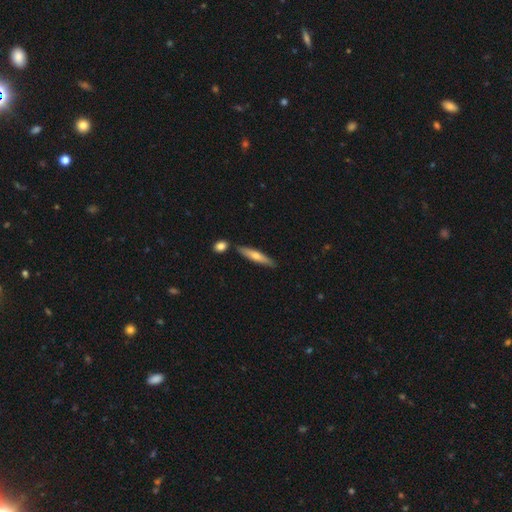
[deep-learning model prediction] smooth-or-featured: smooth: 56% | featured or disk: 39% | star or artifact: 5%
  how-rounded: cigar-shaped: 85% | in between: 13% | round: 2%
  merging: none: 81% | minor disturbance: 10% | merger: 7% | major disturbance: 2%